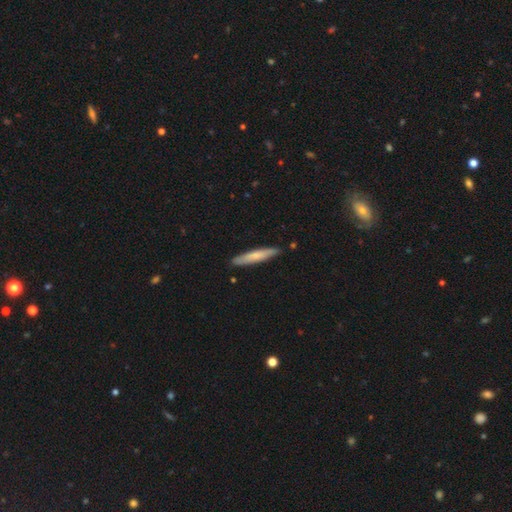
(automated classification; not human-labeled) A smooth galaxy with no disk features (67%) that is cigar-shaped (92%). Merging: none (88%).